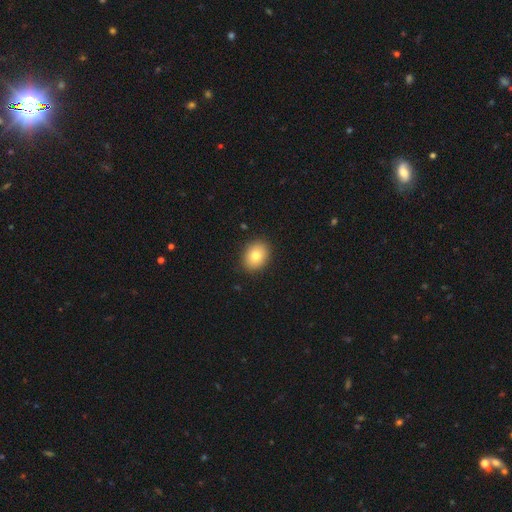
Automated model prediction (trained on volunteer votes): Smooth or featured?
  - smooth: 80% *
  - featured or disk: 11%
  - star or artifact: 9%
How rounded?
  - in between: 54% *
  - round: 45%
  - cigar-shaped: 1%
Merging?
  - none: 89% *
  - minor disturbance: 8%
  - major disturbance: 2%
  - merger: 1%